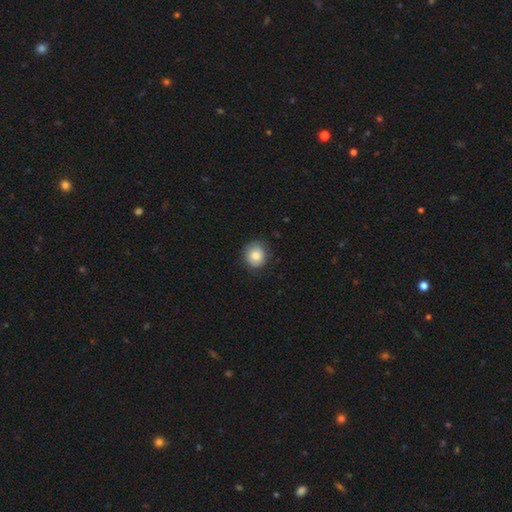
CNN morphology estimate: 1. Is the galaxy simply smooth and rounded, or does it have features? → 82% smooth, 10% featured or disk, 8% star or artifact.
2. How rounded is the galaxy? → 83% round, 16% in between, 1% cigar-shaped.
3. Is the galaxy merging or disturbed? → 81% none, 15% minor disturbance, 4% major disturbance, 1% merger.